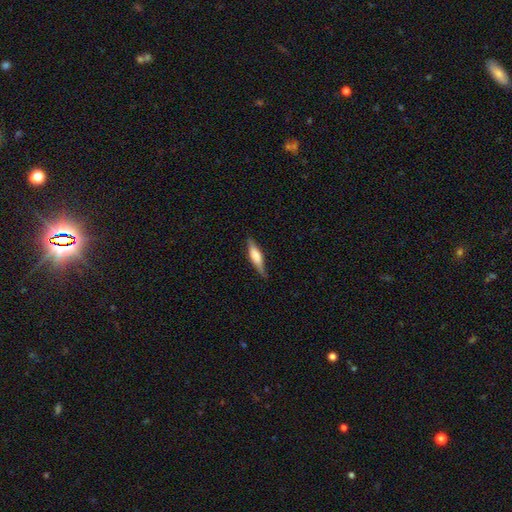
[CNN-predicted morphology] This is possibly a smooth galaxy (52%). How rounded: likely cigar-shaped (70%). Merging: clearly none (81%).